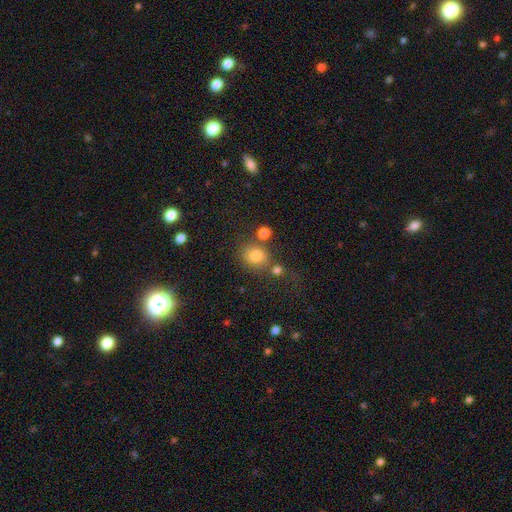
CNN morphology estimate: A smooth galaxy with no disk features (78%) that is round (65%). Merging: none (63%).